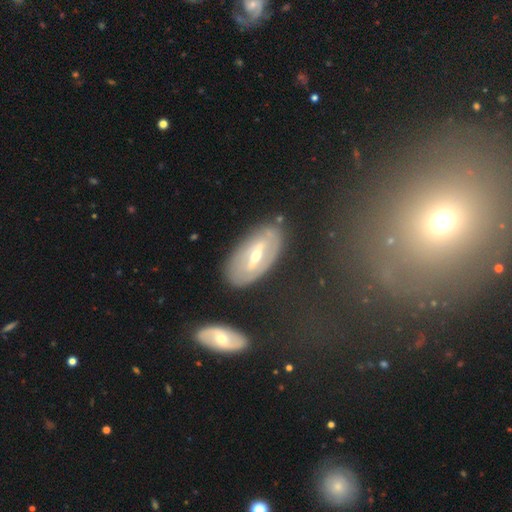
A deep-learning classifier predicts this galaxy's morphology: Overall: featured or disk (70%). Edge-on disk: no (83%). Bar: strong (44%; weak 39%). Spiral arms: no (51%; yes 49%). Bulge size: moderate (61%; small 34%). Merging: none (77%).